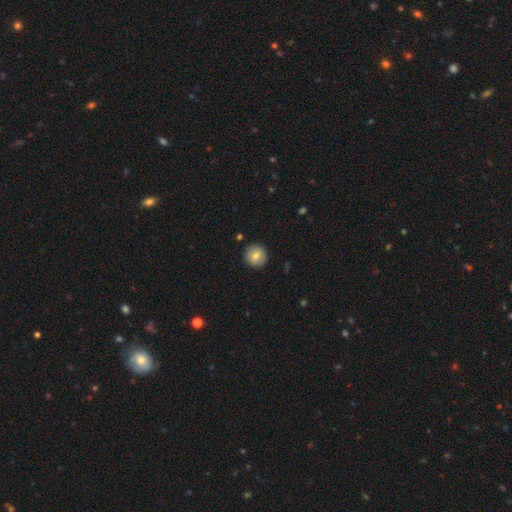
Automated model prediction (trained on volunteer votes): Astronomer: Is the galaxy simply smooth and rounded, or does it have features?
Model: smooth — 77%.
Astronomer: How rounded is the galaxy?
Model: round — 93%.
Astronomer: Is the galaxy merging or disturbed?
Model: none — 91%.